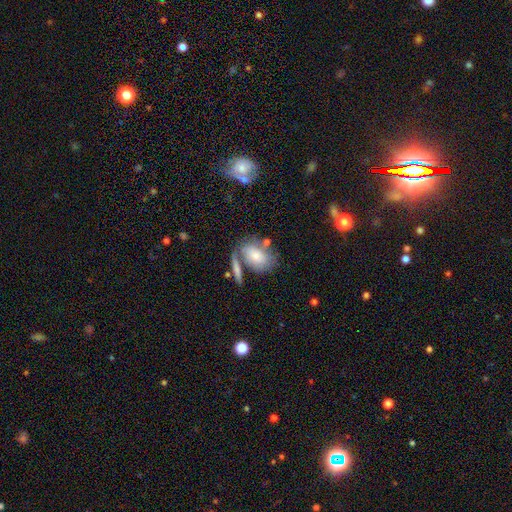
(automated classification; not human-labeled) A smooth galaxy with no disk features (71%) that is in between round and cigar-shaped (75%).

Vote fractions:
- Smooth or featured? smooth: 71% / featured or disk: 22% / star or artifact: 7%
- How rounded? in between: 75% / round: 22% / cigar-shaped: 3%
- Merging? none: 50% / merger: 24% / minor disturbance: 17% / major disturbance: 8%